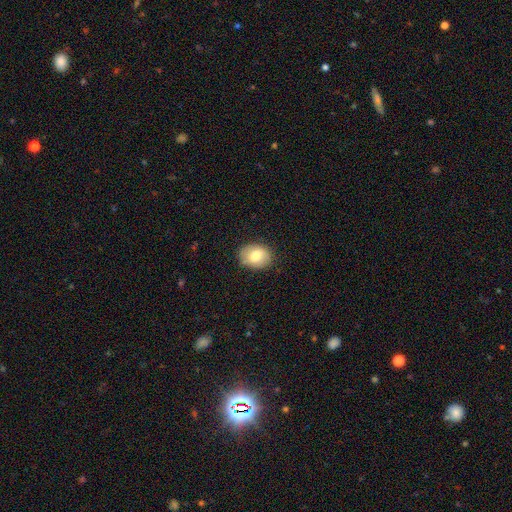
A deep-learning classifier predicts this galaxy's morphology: type=smooth (76%); roundness=in between (69%); merging=none (82%).